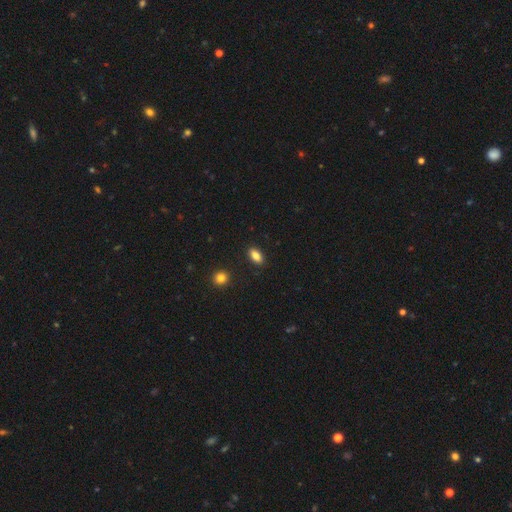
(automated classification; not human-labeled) Q: Smooth or featured?
A: smooth (85%); runner-up: star or artifact (9%)
Q: How rounded?
A: in between (89%); runner-up: cigar-shaped (6%)
Q: Merging?
A: none (89%); runner-up: minor disturbance (8%)